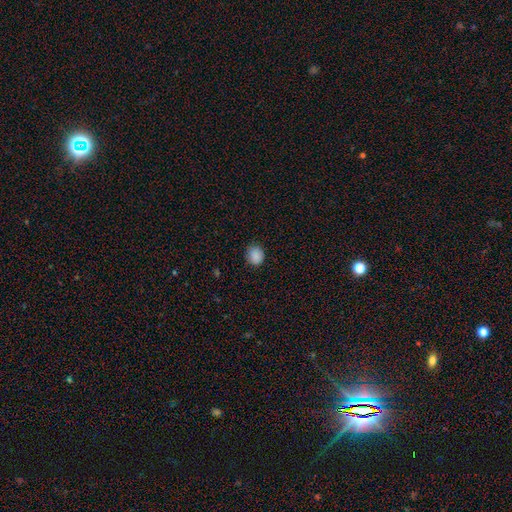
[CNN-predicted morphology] smooth_or_featured: smooth (p=0.87) [alt: star or artifact p=0.09]
how_rounded: round (p=0.80) [alt: in between p=0.19]
merging: none (p=0.85) [alt: minor disturbance p=0.12]